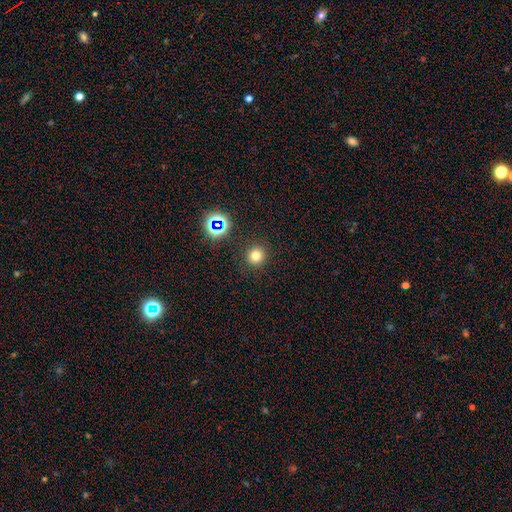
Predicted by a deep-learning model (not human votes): Smooth or featured?
  - smooth: 74% *
  - star or artifact: 19%
  - featured or disk: 7%
How rounded?
  - round: 93% *
  - in between: 6%
  - cigar-shaped: 1%
Merging?
  - none: 90% *
  - minor disturbance: 6%
  - major disturbance: 3%
  - merger: 2%